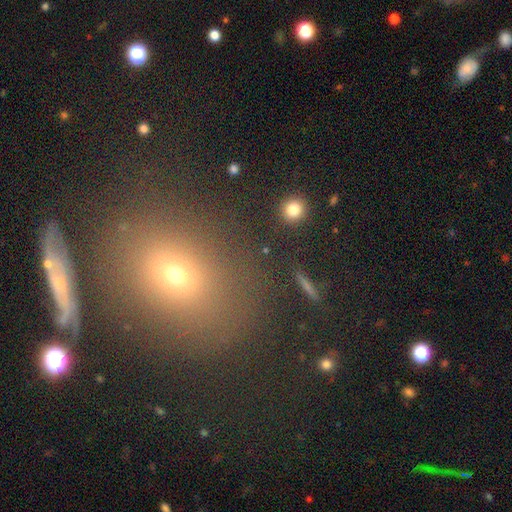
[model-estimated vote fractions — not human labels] A smooth galaxy with no disk features (55%) that is round (56%). Merging: none (78%).